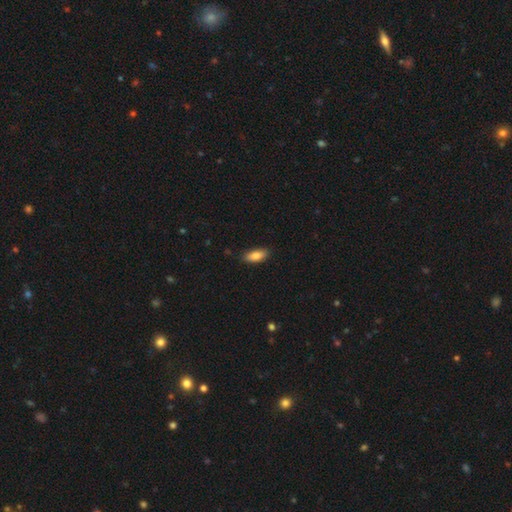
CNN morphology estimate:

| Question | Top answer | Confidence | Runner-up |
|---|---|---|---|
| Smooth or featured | smooth | 84% | featured or disk (10%) |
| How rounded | in between | 84% | cigar-shaped (13%) |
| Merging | none | 86% | minor disturbance (11%) |